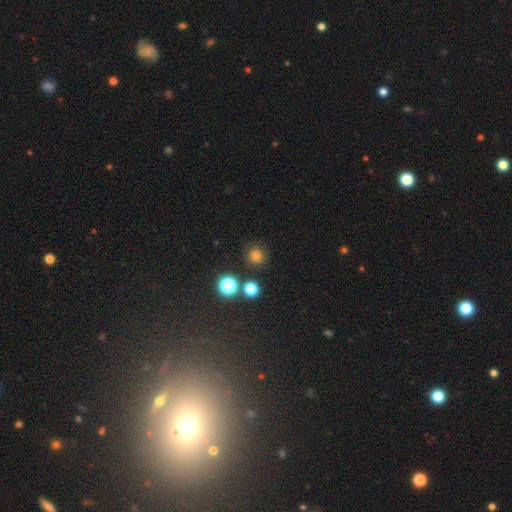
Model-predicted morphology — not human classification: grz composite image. It shows a smooth galaxy with no disk features (77%) that is round (94%). Merging: none (86%).